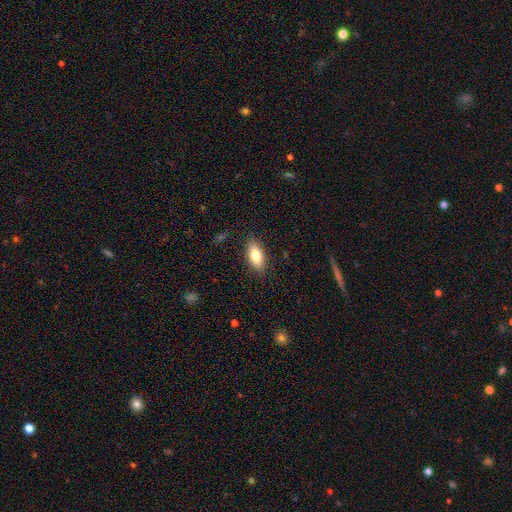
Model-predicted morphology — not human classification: This is clearly a smooth galaxy (80%). How rounded: clearly in between (88%). Merging: clearly none (87%).